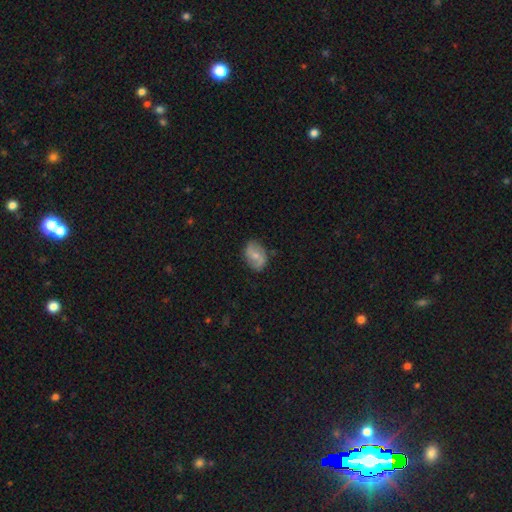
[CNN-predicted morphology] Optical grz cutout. It shows a featured or disk galaxy (49%). Merging: none (77%).